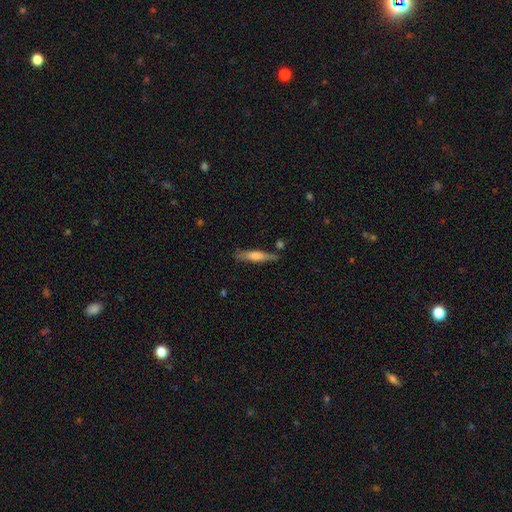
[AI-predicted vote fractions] This appears to be a smooth galaxy with no disk features (50%). Merging: none (78%).